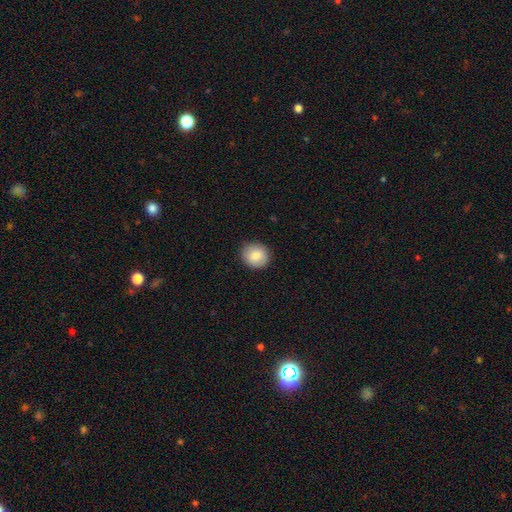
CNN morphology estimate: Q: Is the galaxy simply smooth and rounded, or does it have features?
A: smooth — 82%.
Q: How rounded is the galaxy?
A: round — 79%.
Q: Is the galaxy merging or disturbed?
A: none — 87%.